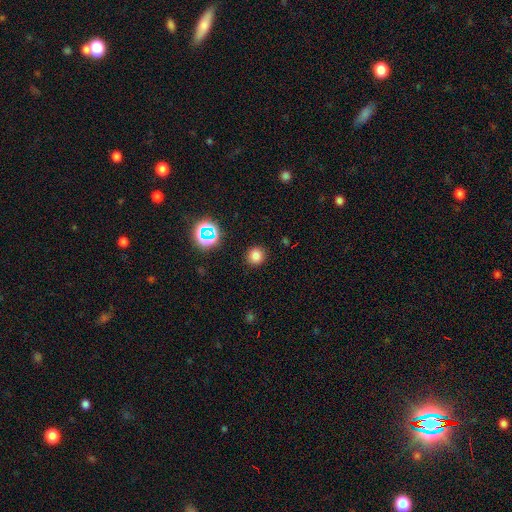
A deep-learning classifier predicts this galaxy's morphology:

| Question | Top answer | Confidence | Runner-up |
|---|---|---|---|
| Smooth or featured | smooth | 77% | star or artifact (18%) |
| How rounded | round | 90% | in between (9%) |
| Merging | none | 90% | minor disturbance (6%) |